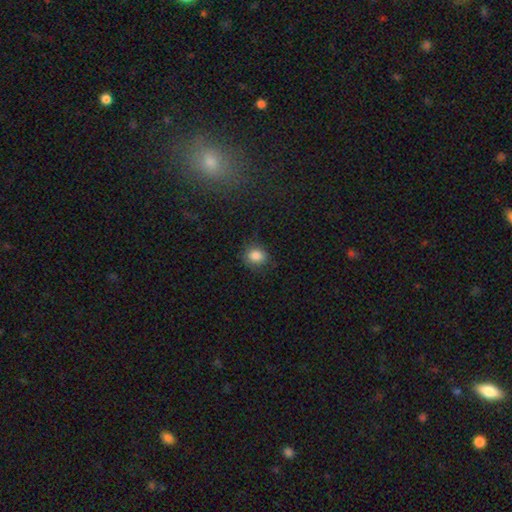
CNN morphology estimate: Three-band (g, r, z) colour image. It shows a smooth galaxy with no disk features (85%) that is round (67%). Merging: none (80%).